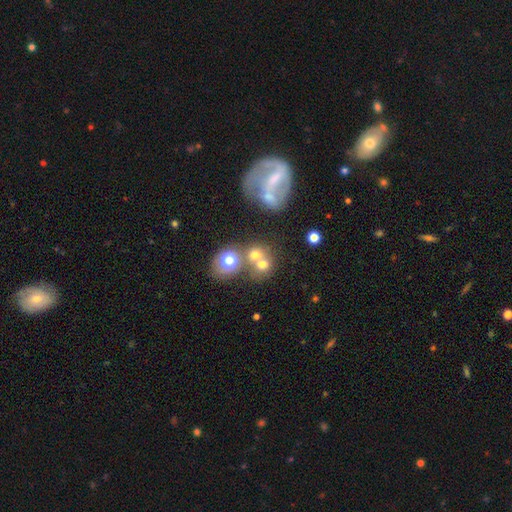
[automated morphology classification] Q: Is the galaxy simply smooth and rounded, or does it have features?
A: smooth — 61%.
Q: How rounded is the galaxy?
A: round — 74%.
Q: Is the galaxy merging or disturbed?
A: merger — 50%.